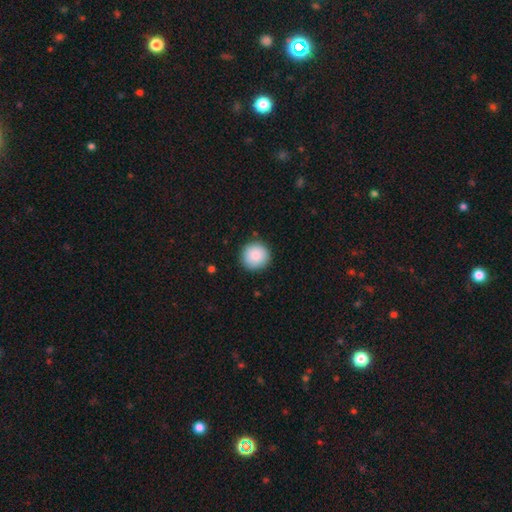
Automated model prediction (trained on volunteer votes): smooth-or-featured: smooth: 88% | star or artifact: 7% | featured or disk: 5%
  how-rounded: round: 95% | in between: 4% | cigar-shaped: 1%
  merging: none: 90% | minor disturbance: 7% | major disturbance: 2% | merger: 1%